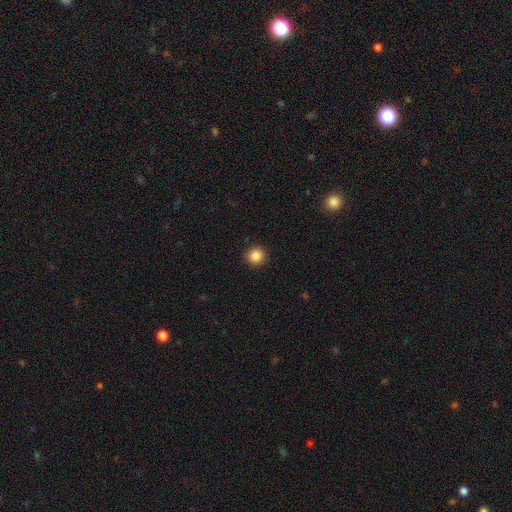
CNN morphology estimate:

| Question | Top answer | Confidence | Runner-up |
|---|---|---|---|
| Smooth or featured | smooth | 87% | star or artifact (10%) |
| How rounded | round | 95% | in between (4%) |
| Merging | none | 92% | minor disturbance (5%) |